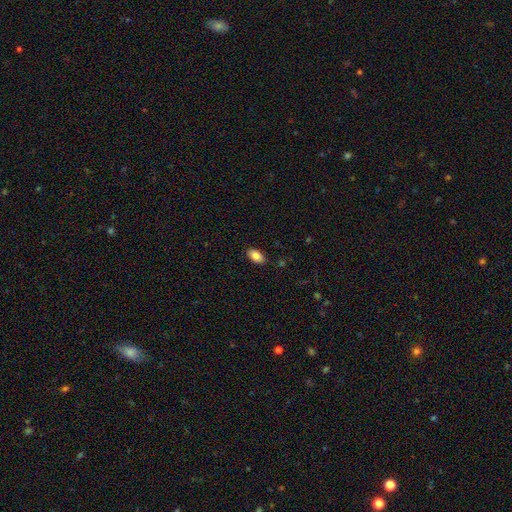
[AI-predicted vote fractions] The model was most divided on "smooth or featured": smooth: 84%, featured or disk: 8%, star or artifact: 8%. More confident: how rounded — in between (93%); merging — none (87%).